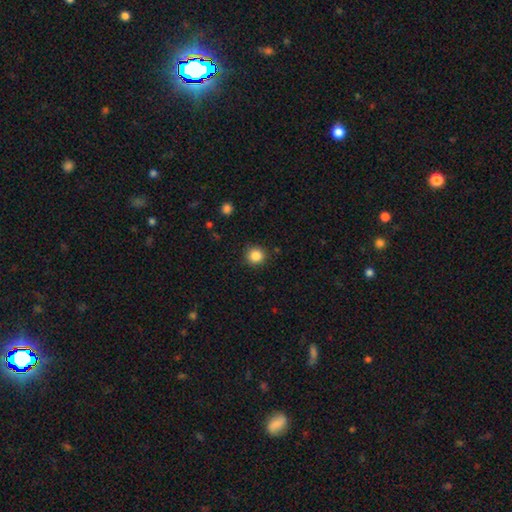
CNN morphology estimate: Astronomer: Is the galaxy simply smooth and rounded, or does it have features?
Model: smooth — 85%.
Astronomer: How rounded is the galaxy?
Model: round — 93%.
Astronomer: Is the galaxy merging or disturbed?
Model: none — 88%.